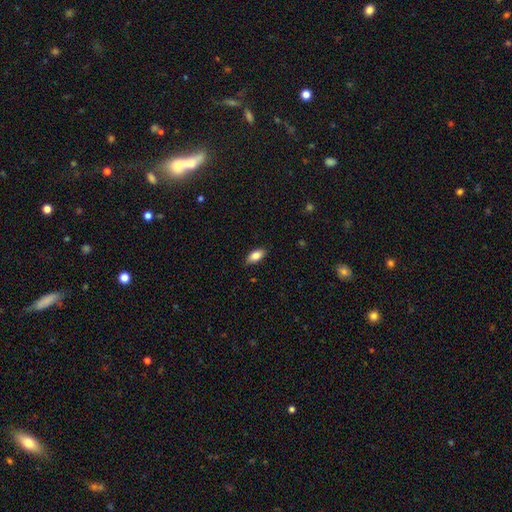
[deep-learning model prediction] smooth 83%, featured or disk 10%, star or artifact 7%. Down the decision tree: how rounded — in between (90%); merging — none (84%).